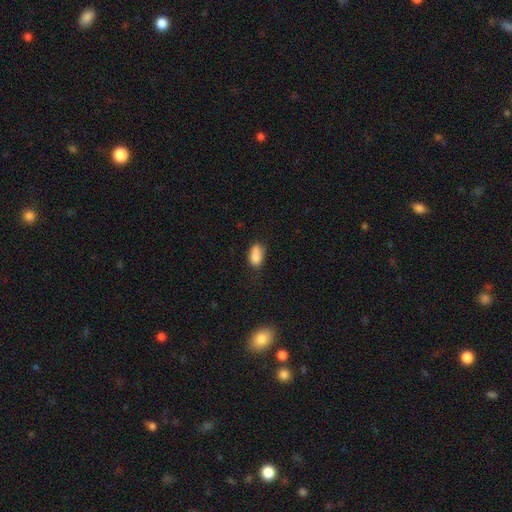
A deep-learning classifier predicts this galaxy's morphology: type=smooth (84%); roundness=in between (89%); merging=none (57%).